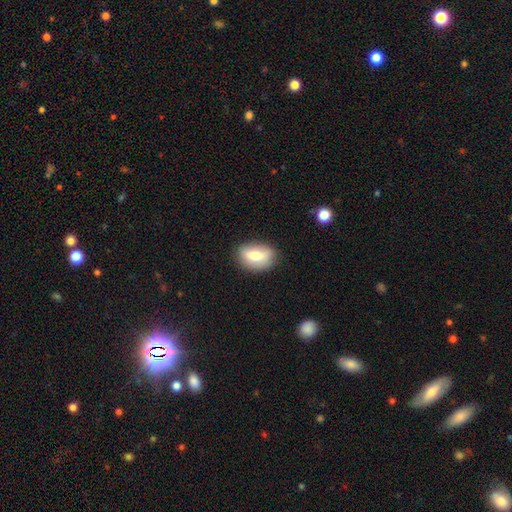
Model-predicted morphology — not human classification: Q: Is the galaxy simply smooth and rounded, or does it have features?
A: smooth — 72%.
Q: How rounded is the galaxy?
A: in between — 83%.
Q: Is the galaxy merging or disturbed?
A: none — 79%.